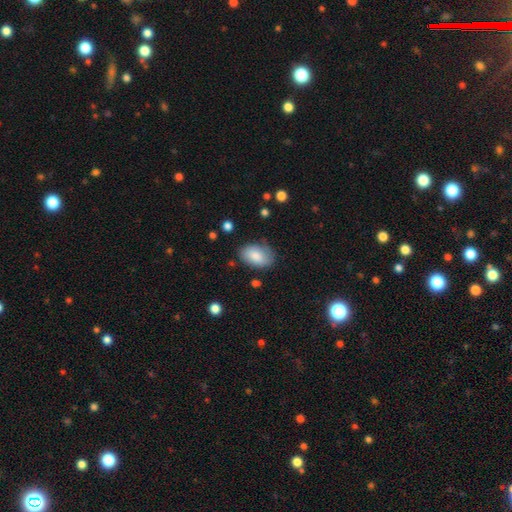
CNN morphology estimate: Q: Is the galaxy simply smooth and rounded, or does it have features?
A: smooth — 82%.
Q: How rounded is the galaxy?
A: in between — 90%.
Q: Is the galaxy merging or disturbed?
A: none — 73%.